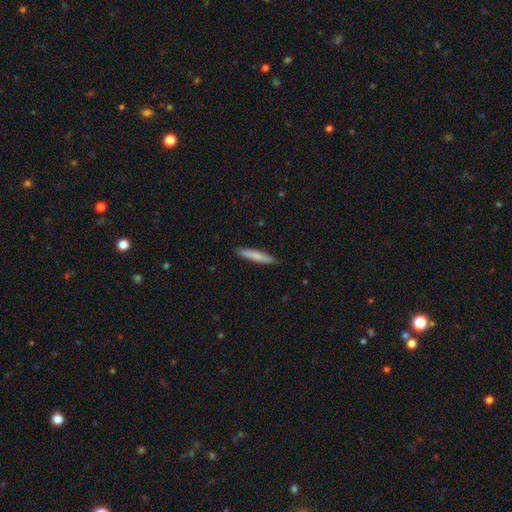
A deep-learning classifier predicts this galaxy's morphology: Smooth or featured?
  - smooth: 78% *
  - featured or disk: 17%
  - star or artifact: 5%
How rounded?
  - cigar-shaped: 92% *
  - in between: 6%
  - round: 1%
Merging?
  - none: 89% *
  - minor disturbance: 8%
  - major disturbance: 2%
  - merger: 1%